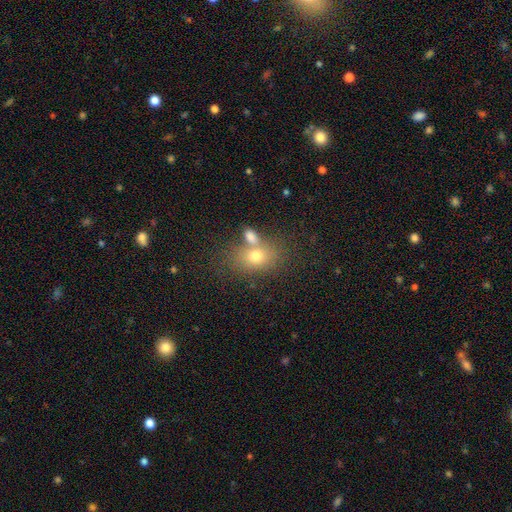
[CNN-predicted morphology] Smooth or featured?
  - smooth: 72% *
  - featured or disk: 17%
  - star or artifact: 11%
How rounded?
  - in between: 76% *
  - round: 22%
  - cigar-shaped: 2%
Merging?
  - none: 50% *
  - merger: 33%
  - minor disturbance: 12%
  - major disturbance: 5%